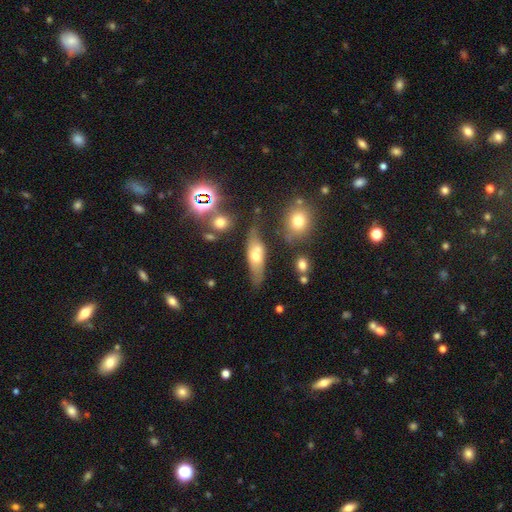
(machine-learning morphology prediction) smooth 54%, featured or disk 37%, star or artifact 9%. Down the decision tree: how rounded — in between (66%); merging — none (52%).